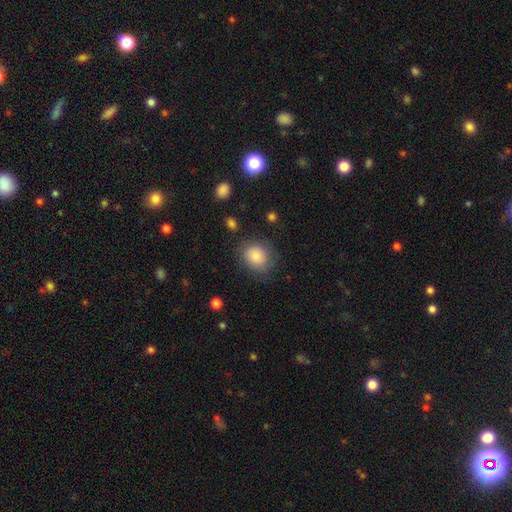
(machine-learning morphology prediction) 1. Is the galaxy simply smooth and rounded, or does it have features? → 83% smooth, 9% featured or disk, 9% star or artifact.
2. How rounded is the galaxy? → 61% round, 38% in between, 1% cigar-shaped.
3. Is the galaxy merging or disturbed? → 77% none, 15% minor disturbance, 6% major disturbance, 2% merger.